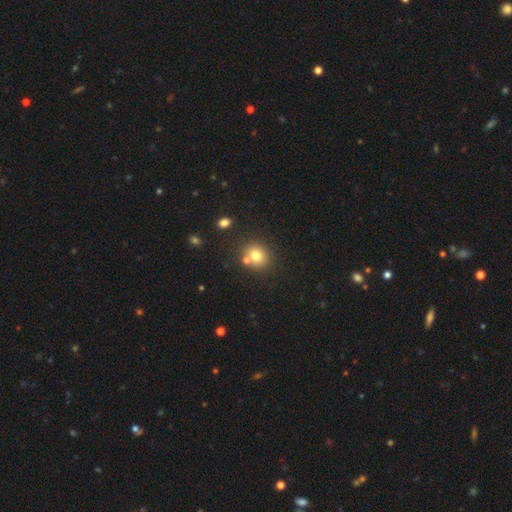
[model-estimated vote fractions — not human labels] Smooth or featured: smooth — 77% (star or artifact — 13%)
How rounded: round — 80% (in between — 19%)
Merging: none — 68% (merger — 20%)